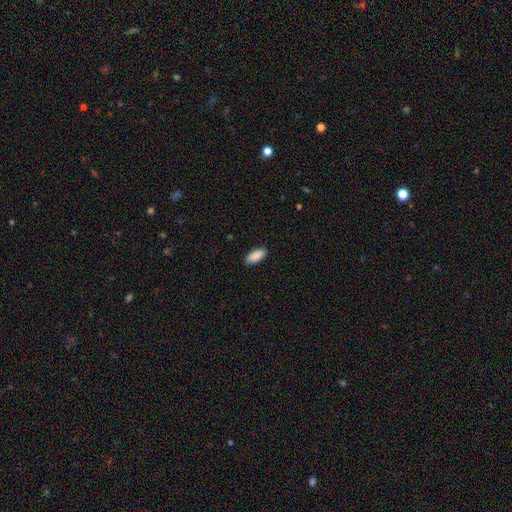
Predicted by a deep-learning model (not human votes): The model was most divided on "how rounded": in between: 86%, cigar-shaped: 13%, round: 2%. More confident: smooth or featured — smooth (90%); merging — none (89%).